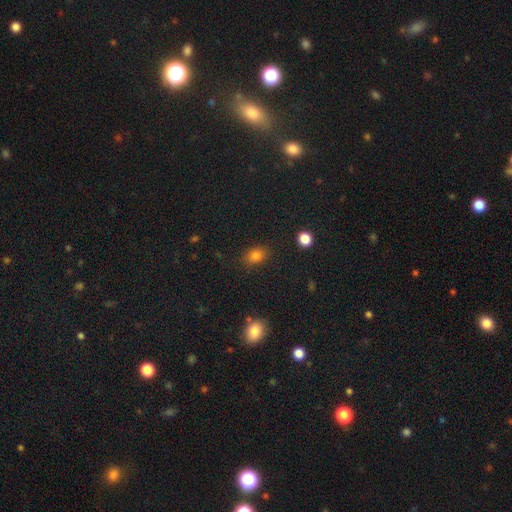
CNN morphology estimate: This appears to be a smooth galaxy with no disk features (80%) that is in between round and cigar-shaped (61%). Merging: none (84%).